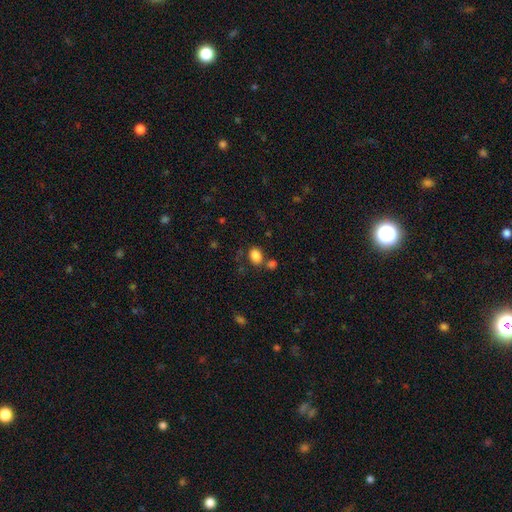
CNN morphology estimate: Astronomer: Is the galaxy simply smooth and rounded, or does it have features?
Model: smooth — 85%.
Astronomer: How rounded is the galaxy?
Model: in between — 74%.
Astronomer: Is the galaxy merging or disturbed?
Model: none — 66%.